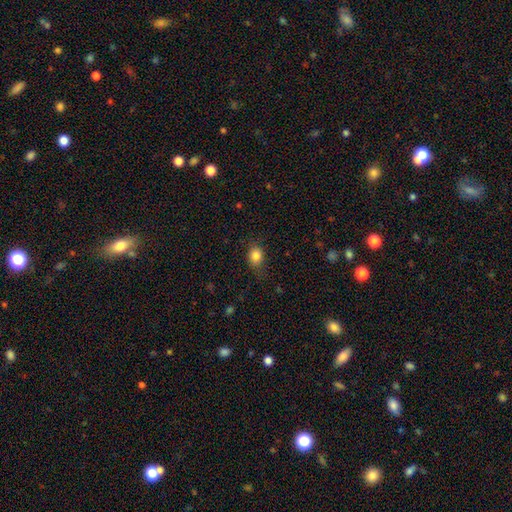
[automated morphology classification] smooth_or_featured: smooth (p=0.84) [alt: star or artifact p=0.10]
how_rounded: round (p=0.51) [alt: in between p=0.48]
merging: none (p=0.76) [alt: minor disturbance p=0.18]